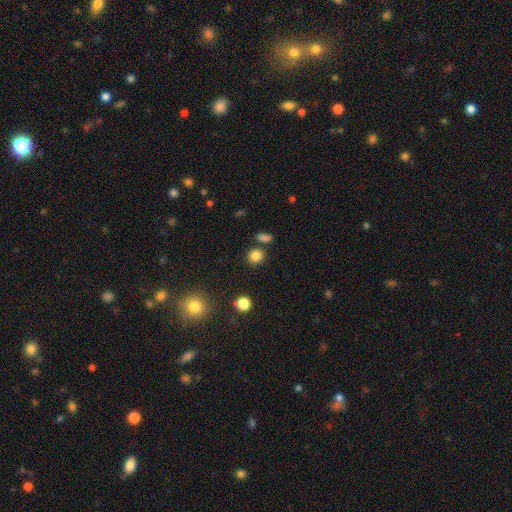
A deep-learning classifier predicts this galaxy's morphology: Q: Smooth or featured?
A: smooth (83%); runner-up: star or artifact (13%)
Q: How rounded?
A: round (87%); runner-up: in between (12%)
Q: Merging?
A: none (80%); runner-up: merger (9%)